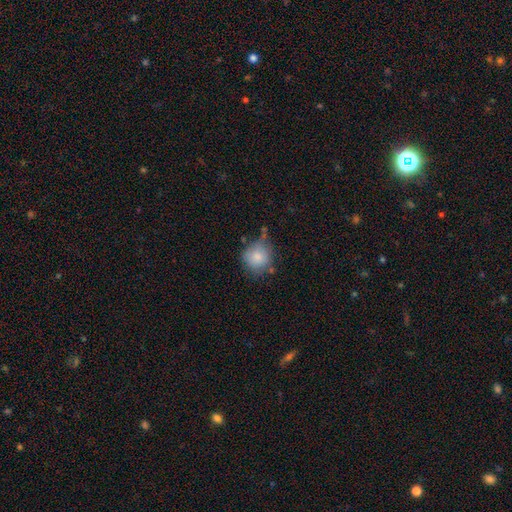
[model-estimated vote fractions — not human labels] Smooth or featured? smooth (81%)
How rounded? round (87%)
Merging? none (57%)